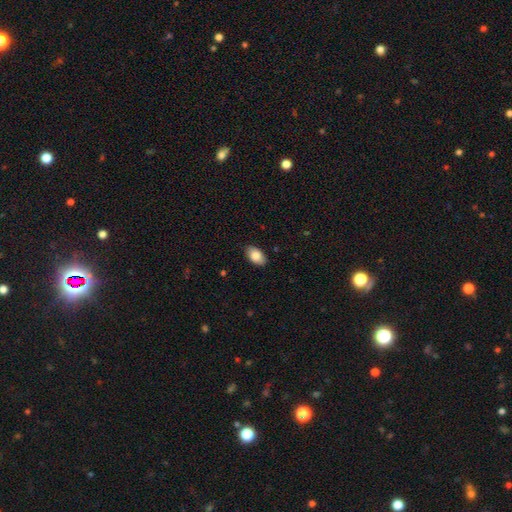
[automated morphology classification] Smooth or featured? smooth (85%)
How rounded? in between (94%)
Merging? none (86%)